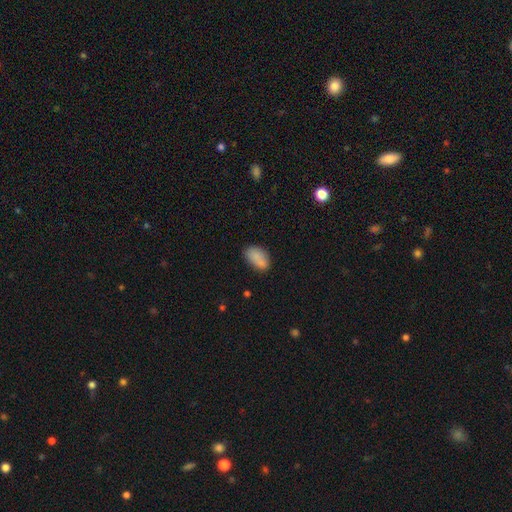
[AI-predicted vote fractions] Smooth or featured? Predicted: smooth (p=0.83). How rounded? Predicted: in between (p=0.91). Merging? Predicted: none (p=0.69).